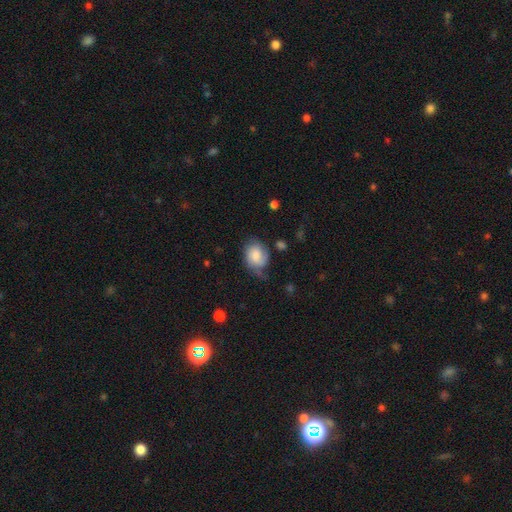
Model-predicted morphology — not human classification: smooth-or-featured: smooth: 60% | featured or disk: 32% | star or artifact: 8%
  how-rounded: in between: 57% | round: 42% | cigar-shaped: 1%
  merging: none: 44% | minor disturbance: 36% | major disturbance: 17% | merger: 3%